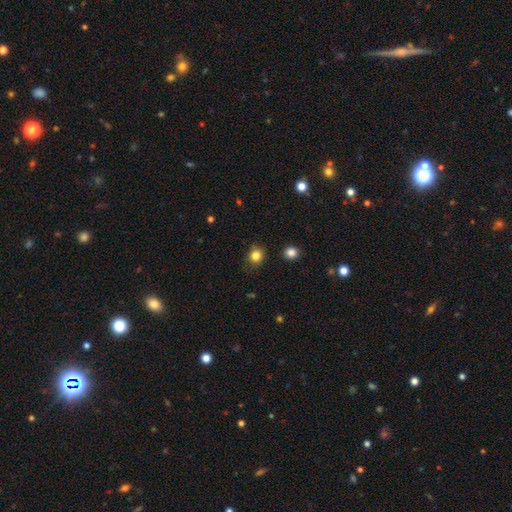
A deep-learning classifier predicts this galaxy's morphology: Q: Smooth or featured?
A: smooth (83%); runner-up: star or artifact (12%)
Q: How rounded?
A: round (76%); runner-up: in between (23%)
Q: Merging?
A: none (85%); runner-up: minor disturbance (11%)